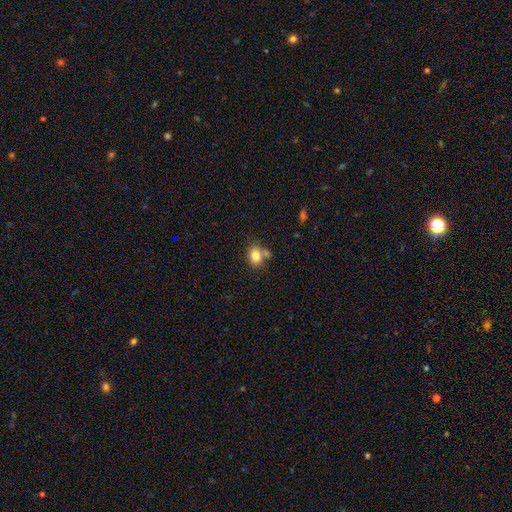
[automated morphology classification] Smooth or featured?
  - smooth: 81% *
  - star or artifact: 10%
  - featured or disk: 9%
How rounded?
  - round: 52% *
  - in between: 47%
  - cigar-shaped: 1%
Merging?
  - none: 60% *
  - merger: 21%
  - minor disturbance: 14%
  - major disturbance: 4%